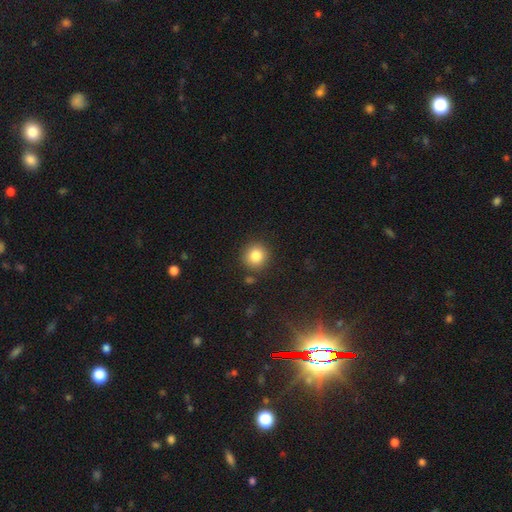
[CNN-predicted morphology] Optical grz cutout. It shows a smooth galaxy with no disk features (84%) that is round (93%). Merging: none (86%).